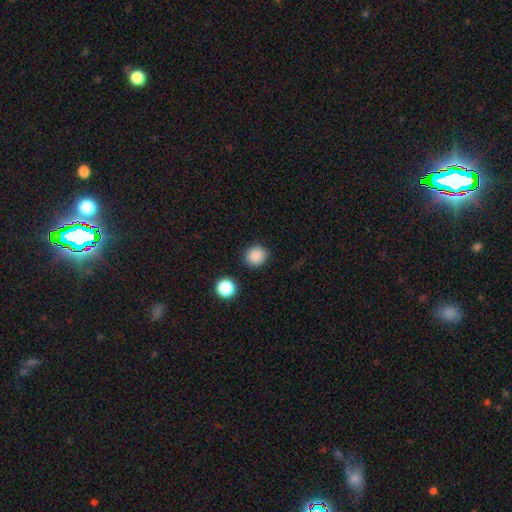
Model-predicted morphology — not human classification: Overall: smooth (87%). How rounded: round (80%). Merging: none (87%).